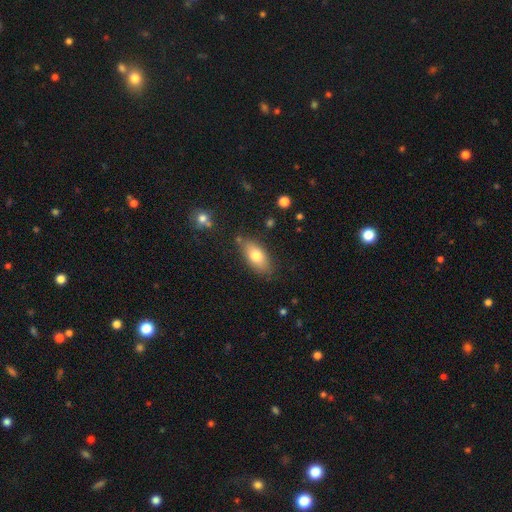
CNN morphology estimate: Smooth or featured? Predicted: smooth (p=0.75). How rounded? Predicted: in between (p=0.86). Merging? Predicted: none (p=0.79).